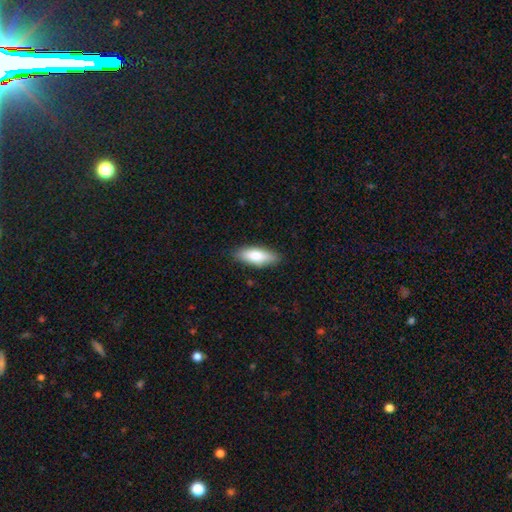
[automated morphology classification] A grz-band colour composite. It shows a smooth galaxy with no disk features (79%) that is in between round and cigar-shaped (63%). Merging: none (86%).